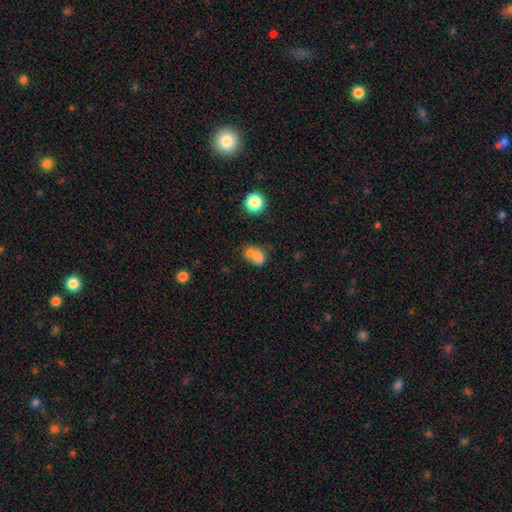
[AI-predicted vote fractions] The model was most divided on "how rounded": round: 55%, in between: 44%, cigar-shaped: 1%. More confident: smooth or featured — smooth (72%); merging — merger (60%).